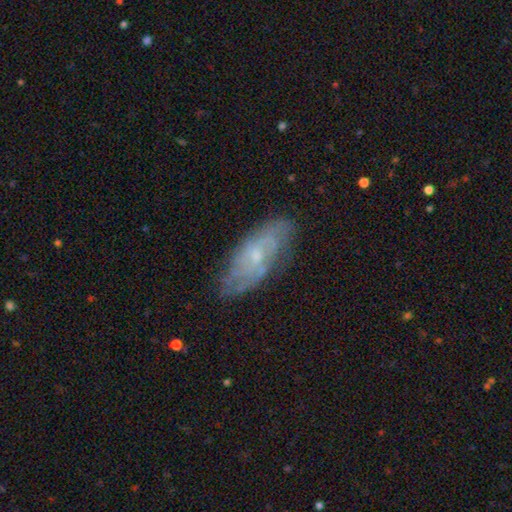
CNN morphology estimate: A featured or disk galaxy (67%) with no bar (71%), spiral arms (81%) and a small central bulge (68%). Merging: none (75%).